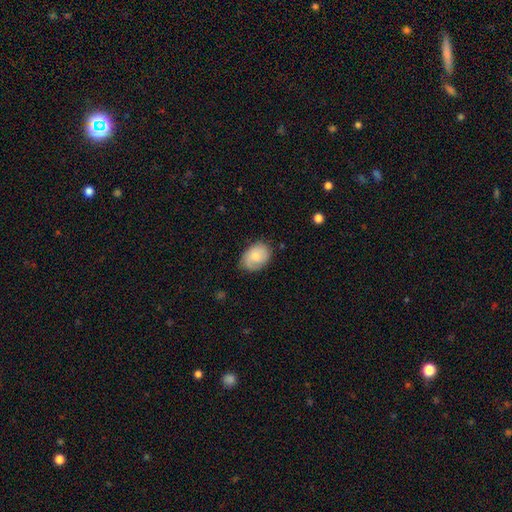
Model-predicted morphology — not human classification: smooth 67%, featured or disk 26%, star or artifact 7%. Down the decision tree: how rounded — in between (74%); merging — none (69%).